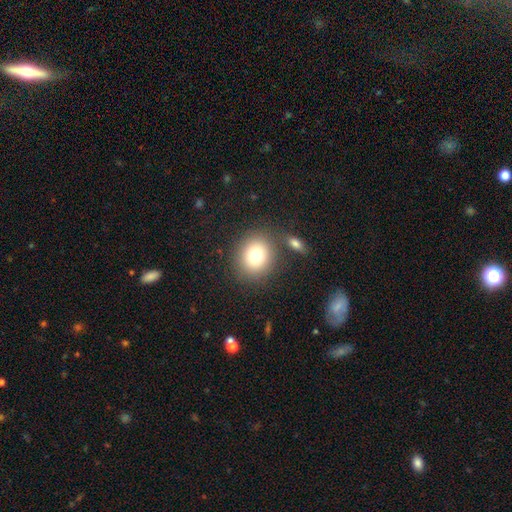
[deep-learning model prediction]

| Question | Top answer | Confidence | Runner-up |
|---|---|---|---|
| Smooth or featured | smooth | 77% | featured or disk (12%) |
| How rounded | round | 73% | in between (26%) |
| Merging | none | 78% | merger (9%) |